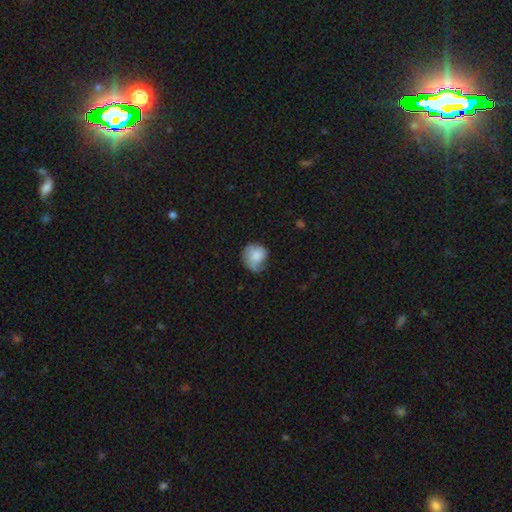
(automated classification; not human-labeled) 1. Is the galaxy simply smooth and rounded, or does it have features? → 76% smooth, 17% featured or disk, 7% star or artifact.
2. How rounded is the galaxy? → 76% round, 23% in between, 1% cigar-shaped.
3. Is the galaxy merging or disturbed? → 45% none, 37% minor disturbance, 16% major disturbance, 2% merger.